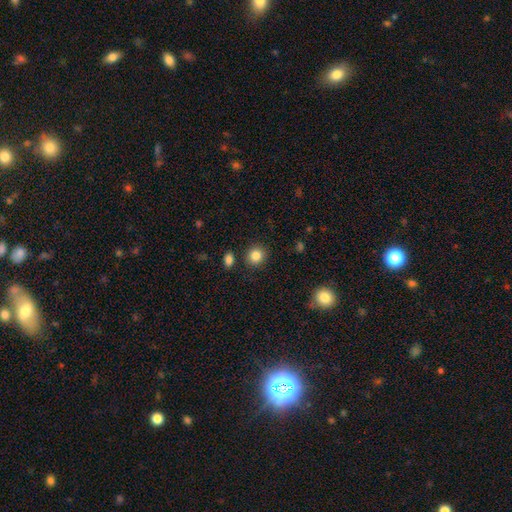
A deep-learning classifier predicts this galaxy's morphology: Overall: smooth (85%). How rounded: round (88%). Merging: none (88%).